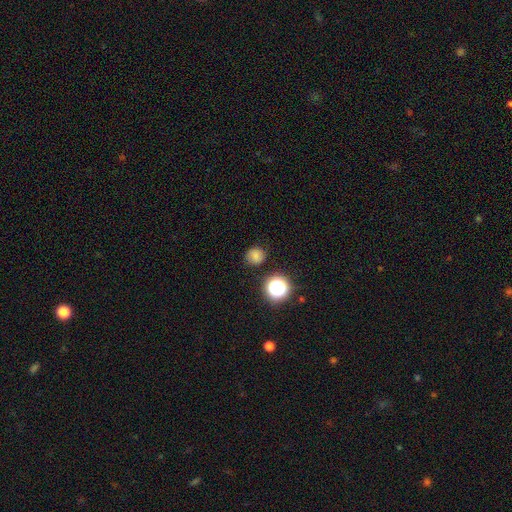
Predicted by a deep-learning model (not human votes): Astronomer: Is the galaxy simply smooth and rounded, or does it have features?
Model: smooth — 75%.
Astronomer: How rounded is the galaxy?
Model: round — 81%.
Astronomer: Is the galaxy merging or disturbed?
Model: none — 80%.